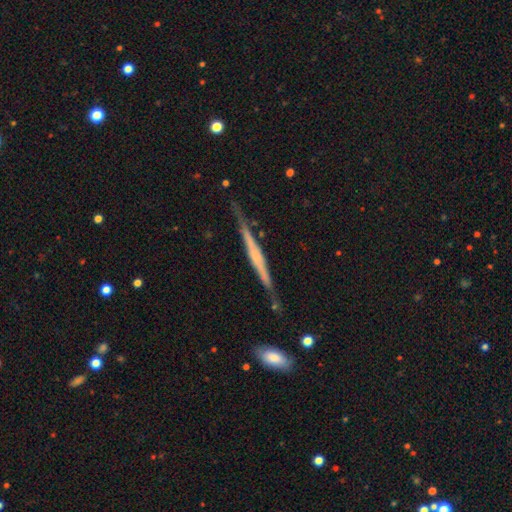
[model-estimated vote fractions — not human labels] Morphology: type=featured or disk (74%); edge-on=yes (97%); edge-on bulge=rounded (44%); merging=none (80%).